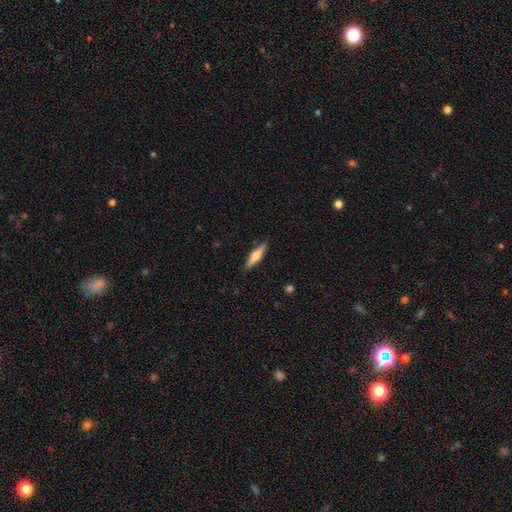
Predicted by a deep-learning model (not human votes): A smooth galaxy with no disk features (59%) that is cigar-shaped (74%).

Vote fractions:
- Smooth or featured? smooth: 59% / featured or disk: 36% / star or artifact: 6%
- How rounded? cigar-shaped: 74% / in between: 24% / round: 2%
- Merging? none: 87% / minor disturbance: 10% / major disturbance: 2% / merger: 1%